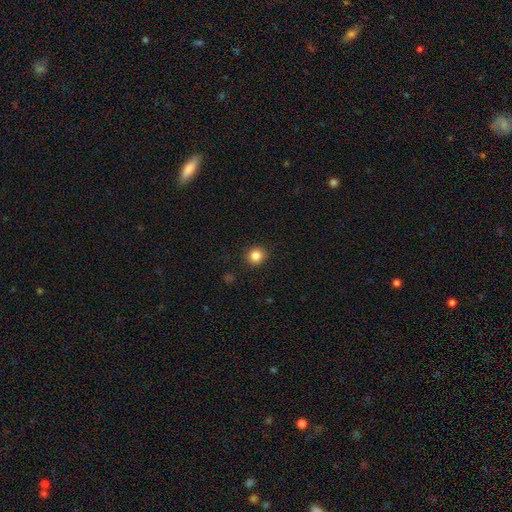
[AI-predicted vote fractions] A smooth galaxy with no disk features (85%) that is round (89%). Merging: none (91%).